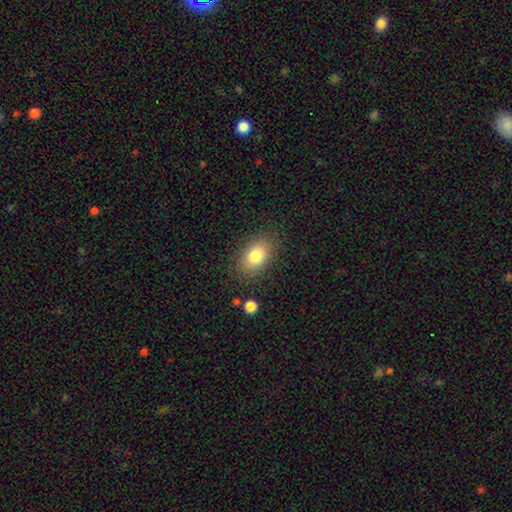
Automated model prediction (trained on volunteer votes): Smooth or featured? smooth (81%)
How rounded? in between (86%)
Merging? none (83%)